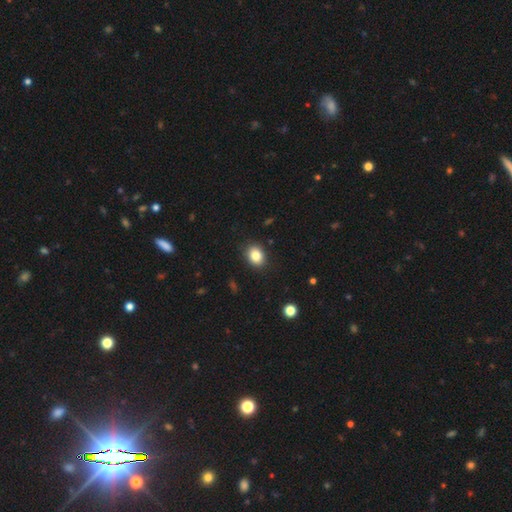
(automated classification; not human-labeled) A smooth galaxy with no disk features (84%) that is in between round and cigar-shaped (58%). Merging: none (88%).